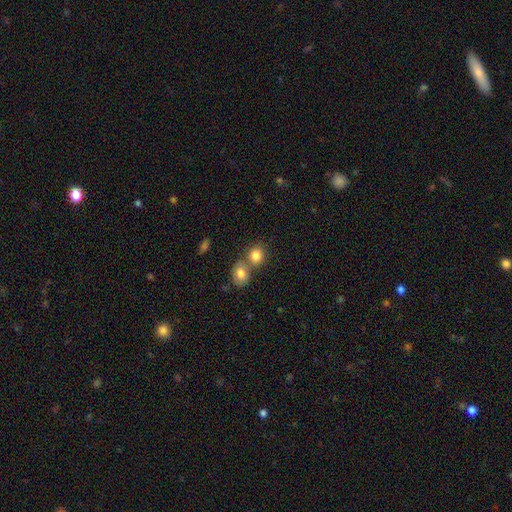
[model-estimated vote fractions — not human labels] This appears to be a smooth galaxy with no disk features (83%) that is round (70%). Merging: none (45%).